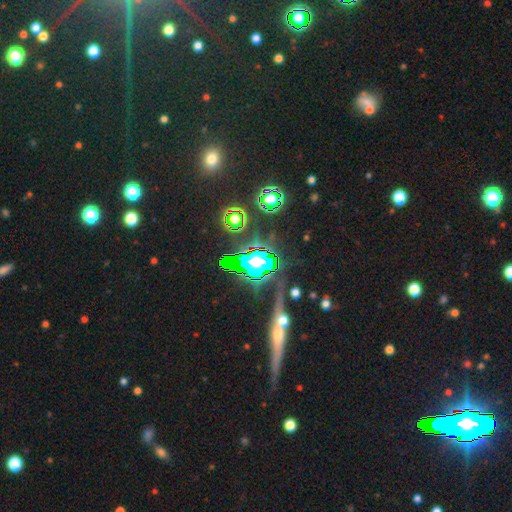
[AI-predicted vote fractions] The model was most divided on "smooth or featured": star or artifact: 65%, featured or disk: 19%, smooth: 16%.